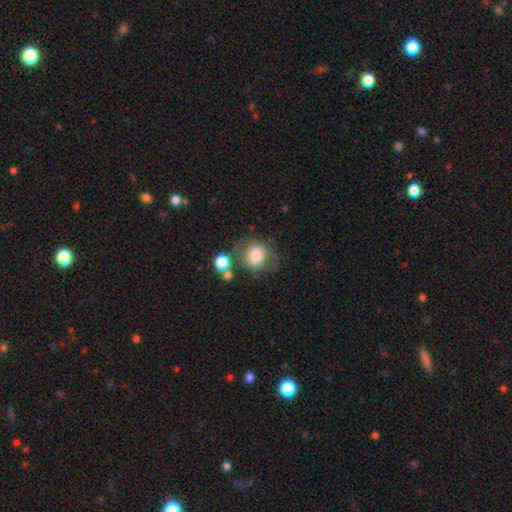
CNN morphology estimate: Smooth or featured? Predicted: smooth (p=0.73). How rounded? Predicted: round (p=0.78). Merging? Predicted: none (p=0.57).